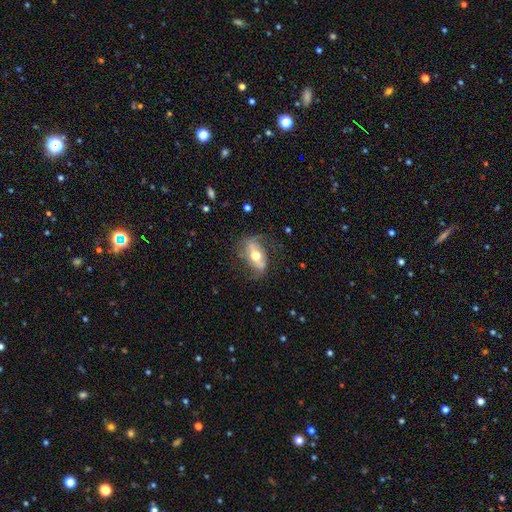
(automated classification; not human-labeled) smooth_or_featured: featured or disk (p=0.61) [alt: smooth p=0.32]
disk_edge_on: no (p=0.83) [alt: yes p=0.17]
bar: strong (p=0.40) [alt: no p=0.30]
has_spiral_arms: yes (p=0.64) [alt: no p=0.36]
bulge_size: moderate (p=0.72) [alt: large p=0.13]
merging: none (p=0.59) [alt: minor disturbance p=0.23]